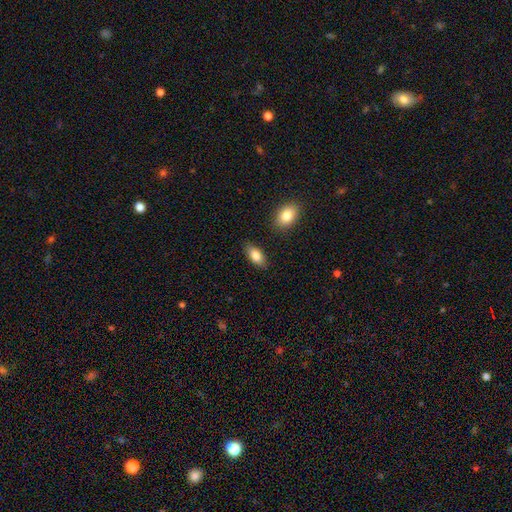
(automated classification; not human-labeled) Smooth or featured?
  - smooth: 83% *
  - featured or disk: 10%
  - star or artifact: 7%
How rounded?
  - in between: 91% *
  - cigar-shaped: 5%
  - round: 4%
Merging?
  - none: 85% *
  - minor disturbance: 10%
  - merger: 2%
  - major disturbance: 2%